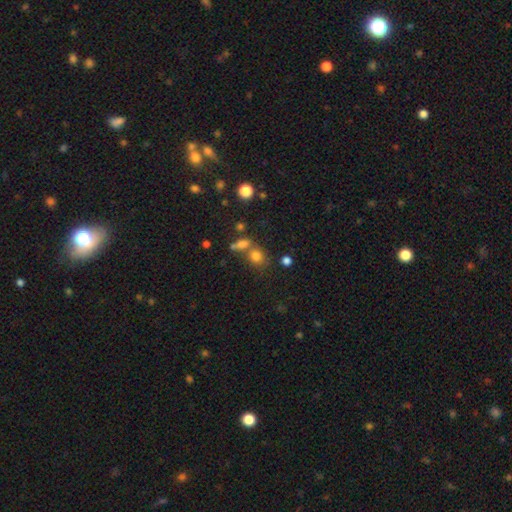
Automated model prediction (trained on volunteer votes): A smooth galaxy with no disk features (75%) that is round (61%). Merging: none (52%).